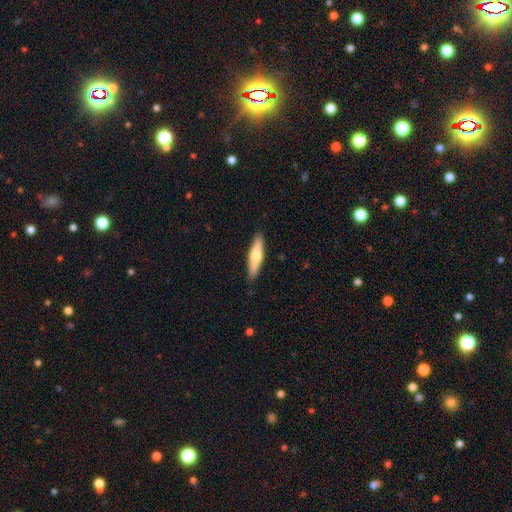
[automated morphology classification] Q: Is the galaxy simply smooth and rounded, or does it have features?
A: smooth — 60%.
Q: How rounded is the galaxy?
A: cigar-shaped — 74%.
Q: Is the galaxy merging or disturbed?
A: none — 89%.